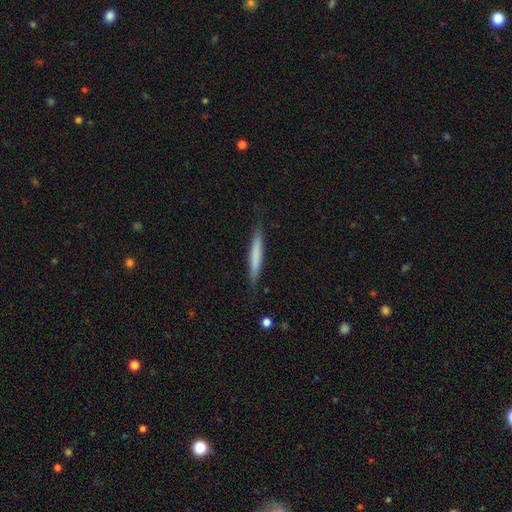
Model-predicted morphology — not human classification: This appears to be a smooth galaxy with no disk features (65%) that is cigar-shaped (95%). Merging: none (84%).